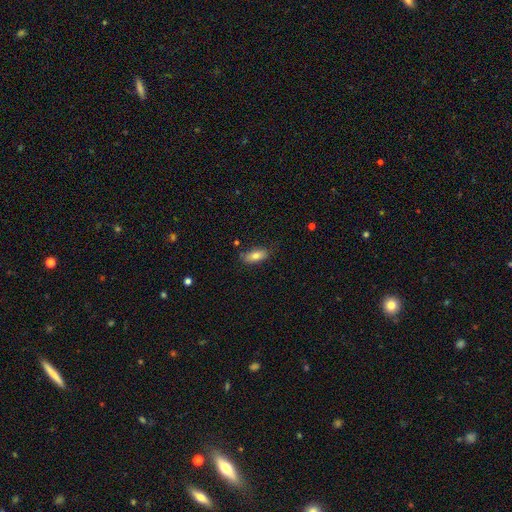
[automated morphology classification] Smooth or featured? Predicted: smooth (p=0.79). How rounded? Predicted: in between (p=0.84). Merging? Predicted: none (p=0.80).